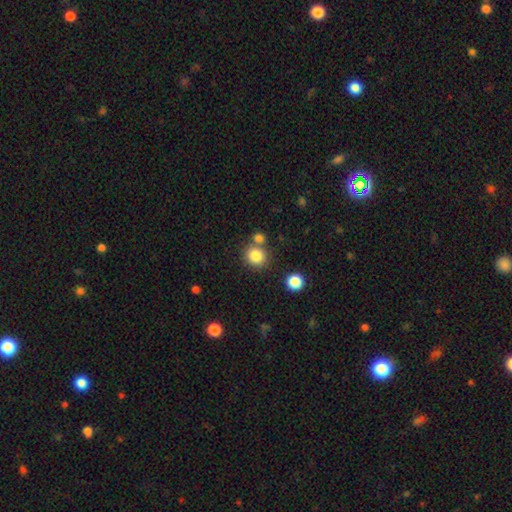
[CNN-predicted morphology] This appears to be a smooth galaxy with no disk features (83%) that is round (87%). Merging: none (69%).